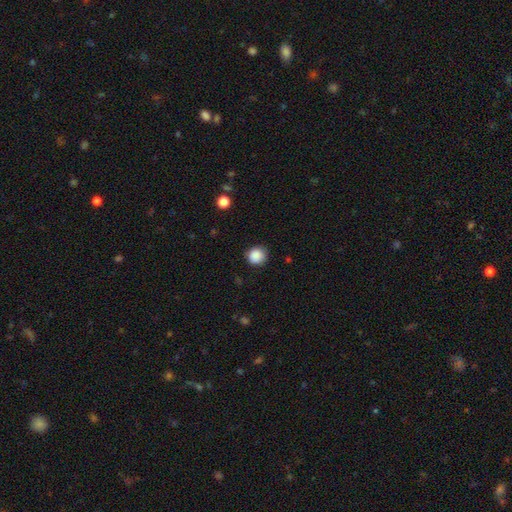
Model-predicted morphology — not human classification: Smooth or featured? Predicted: smooth (p=0.87). How rounded? Predicted: round (p=0.91). Merging? Predicted: none (p=0.83).